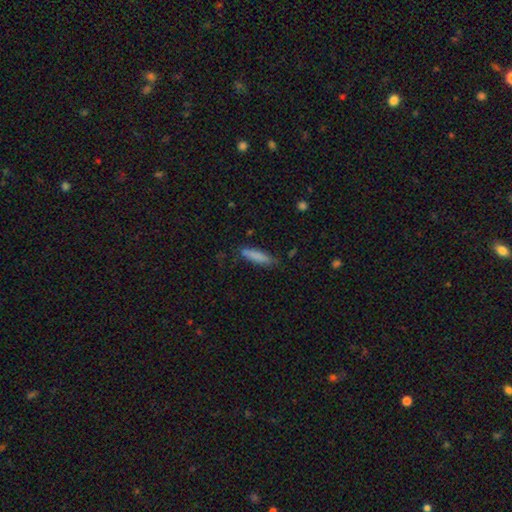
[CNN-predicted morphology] Smooth or featured?
  - smooth: 82% *
  - featured or disk: 11%
  - star or artifact: 7%
How rounded?
  - cigar-shaped: 75% *
  - in between: 23%
  - round: 1%
Merging?
  - none: 74% *
  - minor disturbance: 20%
  - major disturbance: 4%
  - merger: 2%